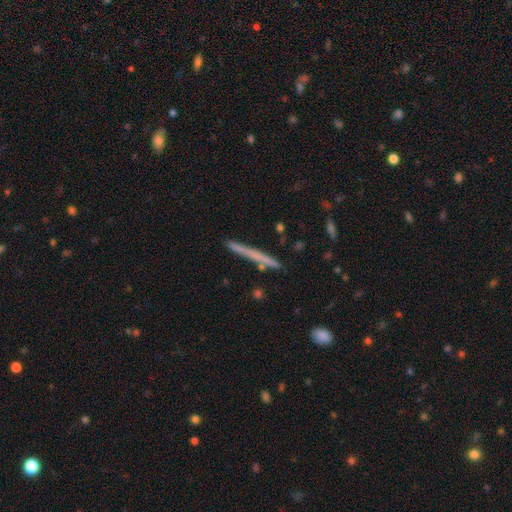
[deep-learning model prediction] smooth-or-featured: smooth: 50% | featured or disk: 42% | star or artifact: 7%
  how-rounded: cigar-shaped: 96% | in between: 2% | round: 2%
  merging: none: 87% | minor disturbance: 9% | merger: 2% | major disturbance: 2%